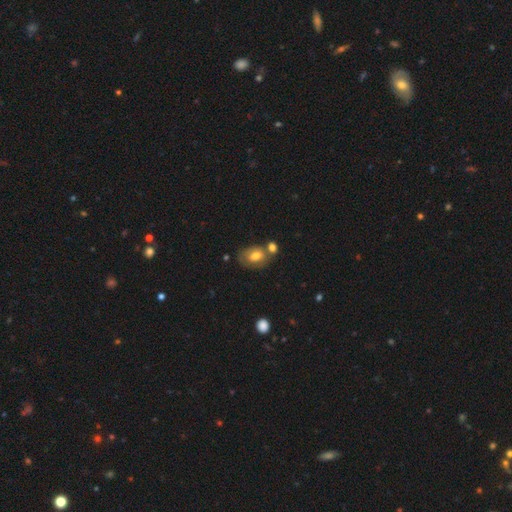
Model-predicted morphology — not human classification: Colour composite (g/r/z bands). It shows a smooth galaxy with no disk features (67%) that is in between round and cigar-shaped (77%). Merging: none (45%).